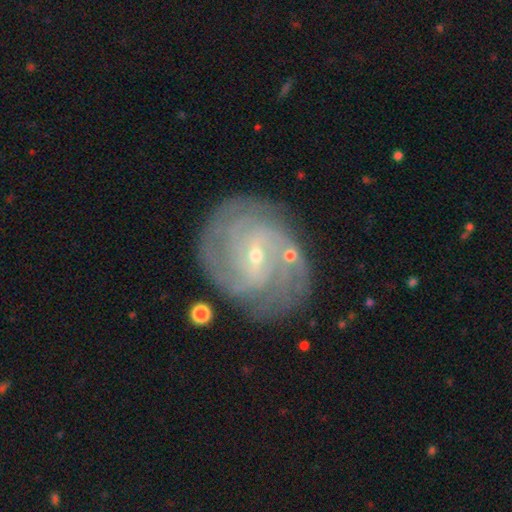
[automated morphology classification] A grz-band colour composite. It shows a featured or disk galaxy (87%) with a weak bar (53%), tight (64%) spiral arms (96%) and a small central bulge (79%). Merging: none (77%).